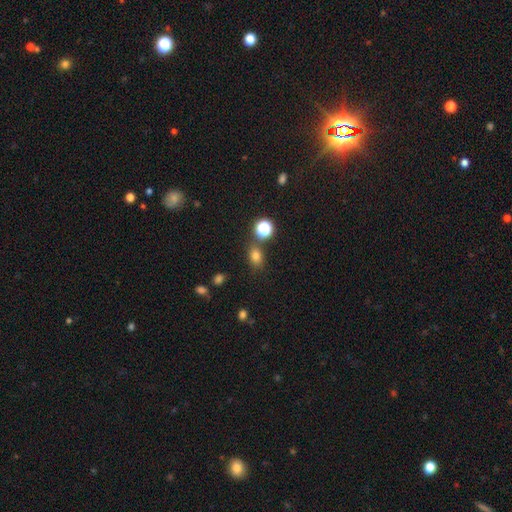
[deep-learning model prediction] This is likely a smooth galaxy (76%). How rounded: possibly in between (56%). Merging: likely none (73%).